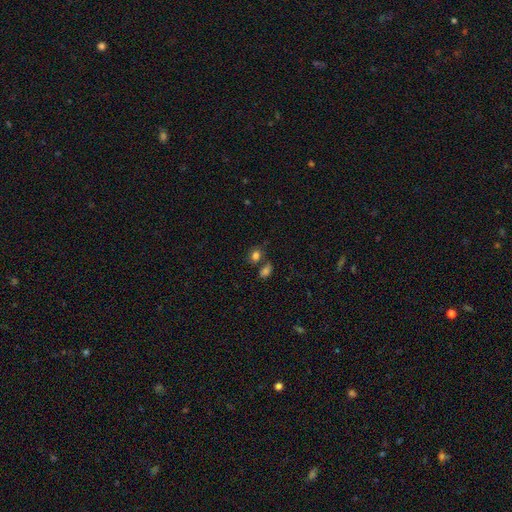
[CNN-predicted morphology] Q: Smooth or featured?
A: smooth (79%); runner-up: star or artifact (13%)
Q: How rounded?
A: in between (53%); runner-up: round (45%)
Q: Merging?
A: none (58%); runner-up: merger (23%)